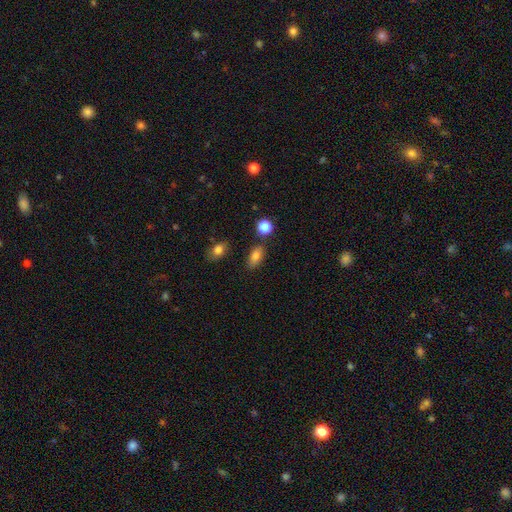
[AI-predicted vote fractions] smooth_or_featured: smooth (p=0.78) [alt: star or artifact p=0.11]
how_rounded: in between (p=0.85) [alt: round p=0.10]
merging: none (p=0.81) [alt: minor disturbance p=0.11]